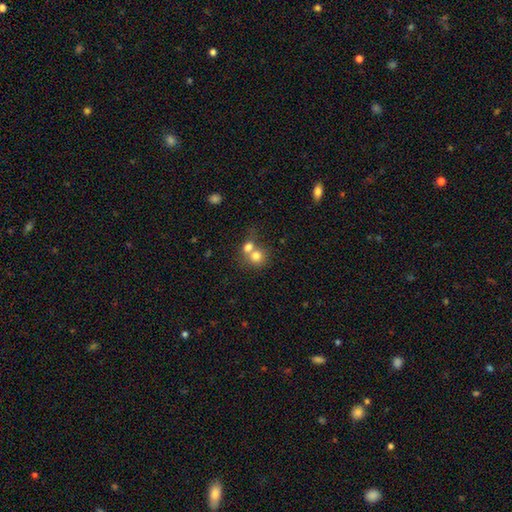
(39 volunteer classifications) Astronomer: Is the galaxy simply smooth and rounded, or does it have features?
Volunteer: smooth — 90%.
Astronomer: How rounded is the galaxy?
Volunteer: round — 86%.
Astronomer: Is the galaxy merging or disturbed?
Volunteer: merger — 79%.